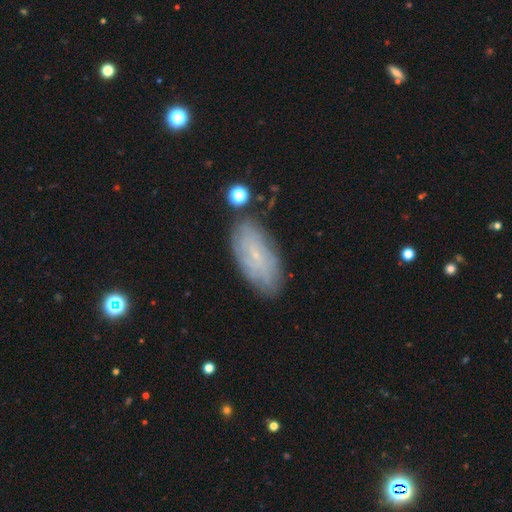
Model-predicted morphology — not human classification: A featured or disk galaxy (57%) with no bar (62%), spiral arms (77%) and a small central bulge (83%). Merging: none (77%).